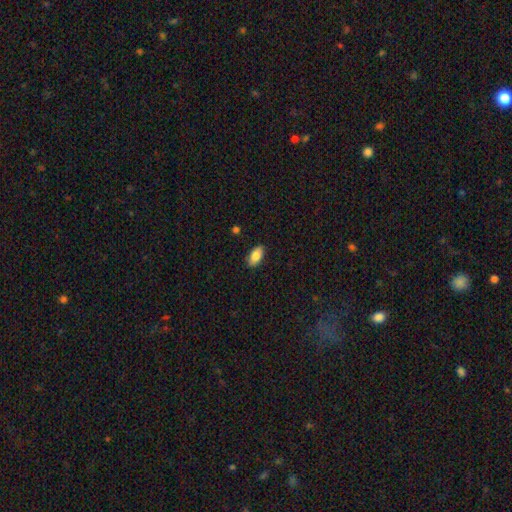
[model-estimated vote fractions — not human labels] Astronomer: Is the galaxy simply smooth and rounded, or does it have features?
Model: smooth — 84%.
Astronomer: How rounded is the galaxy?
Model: in between — 92%.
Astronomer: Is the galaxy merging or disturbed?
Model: none — 87%.